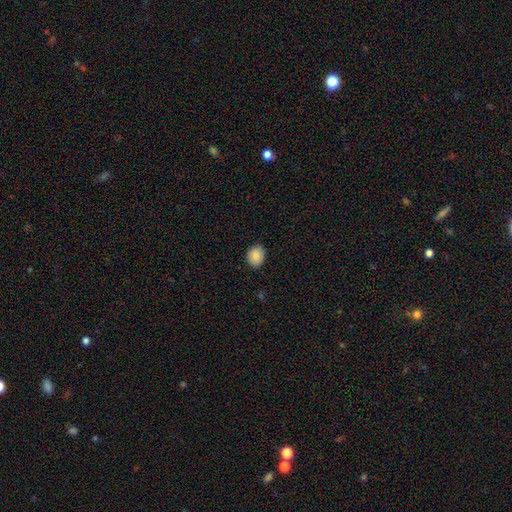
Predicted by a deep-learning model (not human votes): A smooth galaxy with no disk features (88%) that is round (56%).

Vote fractions:
- Smooth or featured? smooth: 88% / star or artifact: 8% / featured or disk: 4%
- How rounded? round: 56% / in between: 43% / cigar-shaped: 1%
- Merging? none: 88% / minor disturbance: 9% / major disturbance: 2% / merger: 1%